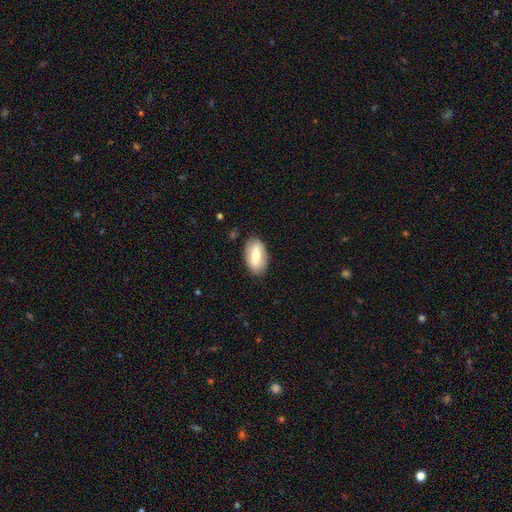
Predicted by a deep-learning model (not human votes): smooth_or_featured: smooth (p=0.56) [alt: featured or disk p=0.38]
how_rounded: in between (p=0.91) [alt: round p=0.04]
merging: none (p=0.84) [alt: minor disturbance p=0.12]